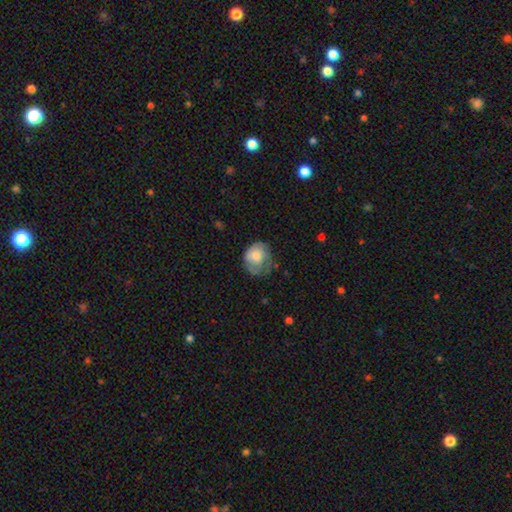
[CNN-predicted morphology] The model was most divided on "smooth or featured": smooth: 53%, featured or disk: 40%, star or artifact: 7%. Remaining: how rounded — round (64%); merging — none (48%).